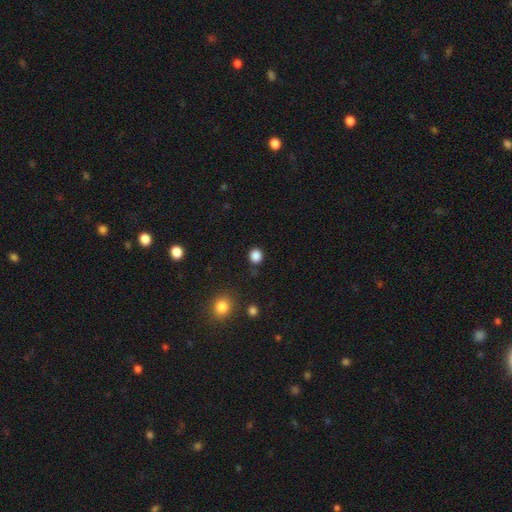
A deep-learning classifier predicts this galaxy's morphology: A smooth galaxy with no disk features (85%) that is round (81%).

Vote fractions:
- Smooth or featured? smooth: 85% / star or artifact: 12% / featured or disk: 3%
- How rounded? round: 81% / in between: 18% / cigar-shaped: 1%
- Merging? none: 85% / minor disturbance: 10% / major disturbance: 3% / merger: 2%